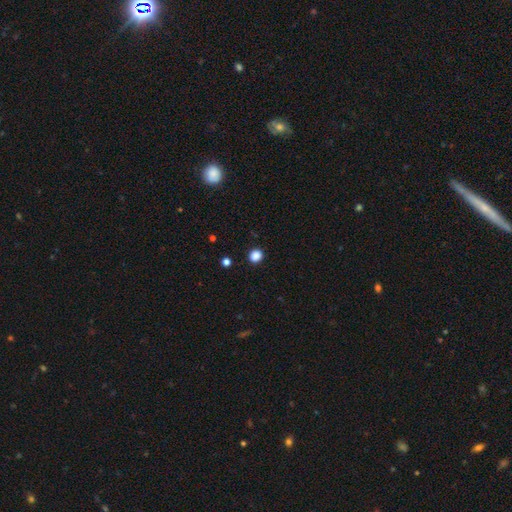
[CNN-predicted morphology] Smooth or featured?
  - smooth: 86% *
  - star or artifact: 11%
  - featured or disk: 3%
How rounded?
  - round: 79% *
  - in between: 20%
  - cigar-shaped: 1%
Merging?
  - none: 91% *
  - minor disturbance: 6%
  - major disturbance: 2%
  - merger: 1%